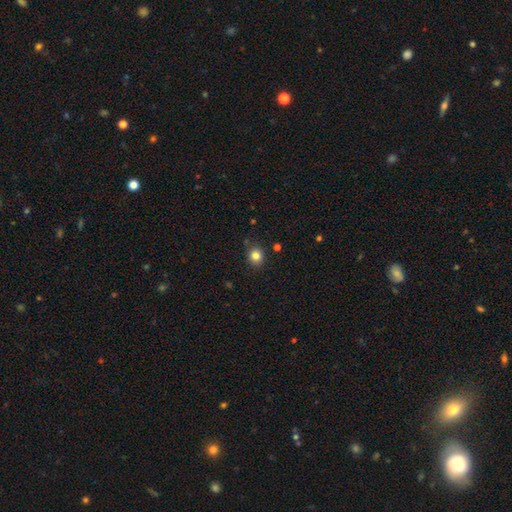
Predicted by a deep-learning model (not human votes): Q: Smooth or featured?
A: smooth (82%); runner-up: star or artifact (12%)
Q: How rounded?
A: round (78%); runner-up: in between (21%)
Q: Merging?
A: none (86%); runner-up: minor disturbance (9%)